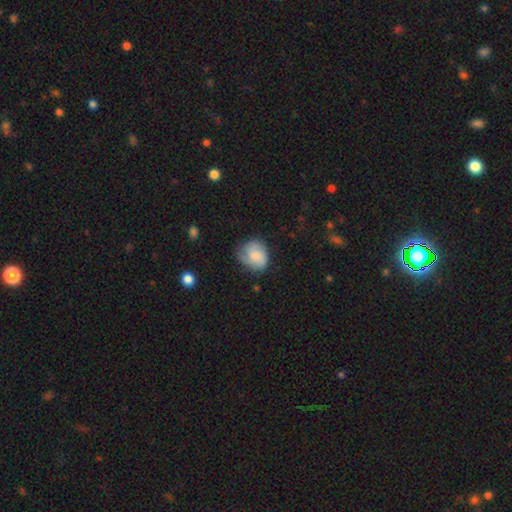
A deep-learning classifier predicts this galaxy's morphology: Q: Smooth or featured?
A: smooth (62%); runner-up: featured or disk (30%)
Q: How rounded?
A: round (62%); runner-up: in between (37%)
Q: Merging?
A: none (56%); runner-up: minor disturbance (31%)